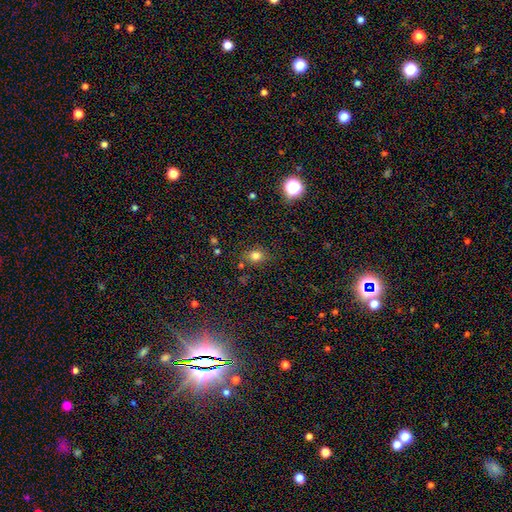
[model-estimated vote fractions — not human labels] Overall: smooth (77%). How rounded: round (57%; in between 42%). Merging: none (80%).